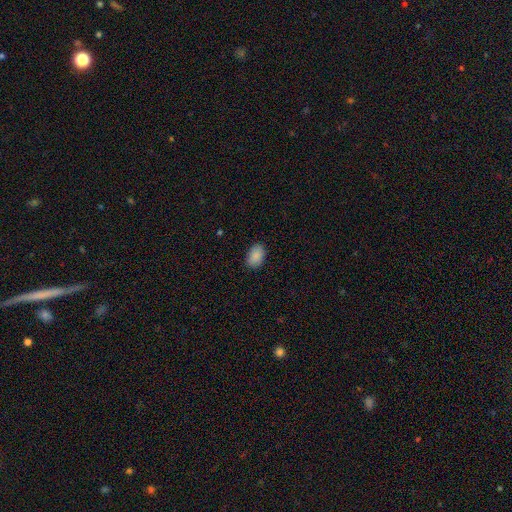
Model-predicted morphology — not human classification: Overall: smooth (89%). How rounded: in between (90%). Merging: none (87%).